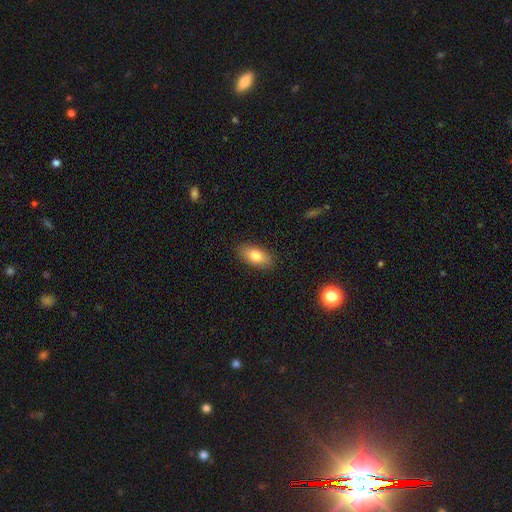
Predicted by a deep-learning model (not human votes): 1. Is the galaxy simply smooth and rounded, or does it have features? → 80% smooth, 13% featured or disk, 7% star or artifact.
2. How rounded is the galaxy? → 89% in between, 7% cigar-shaped, 5% round.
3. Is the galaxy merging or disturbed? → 88% none, 9% minor disturbance, 2% major disturbance, 1% merger.